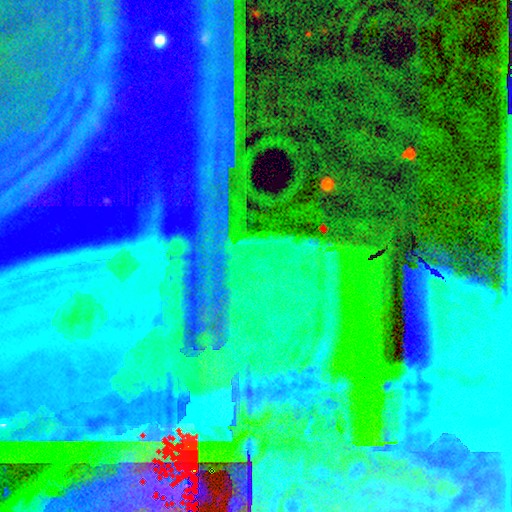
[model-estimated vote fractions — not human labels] Morphology: type=star or artifact (85%).